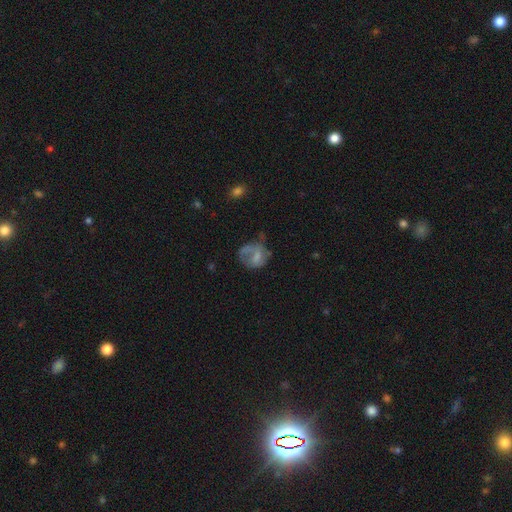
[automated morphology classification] Smooth or featured? smooth (51%)
How rounded? round (56%)
Merging? major disturbance (39%)